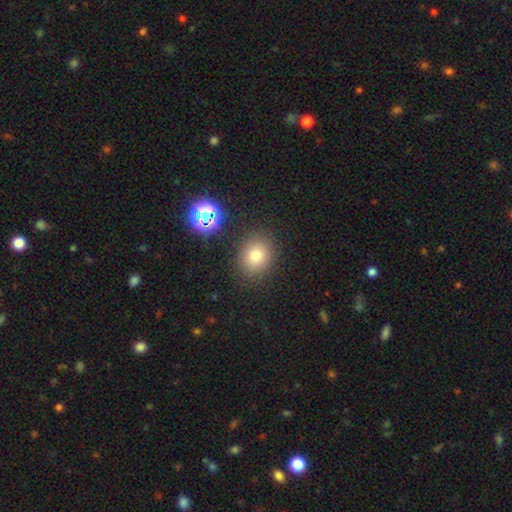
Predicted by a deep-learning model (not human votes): The model was most divided on "how rounded": round: 65%, in between: 34%, cigar-shaped: 1%. More confident: merging — none (85%); smooth or featured — smooth (75%).